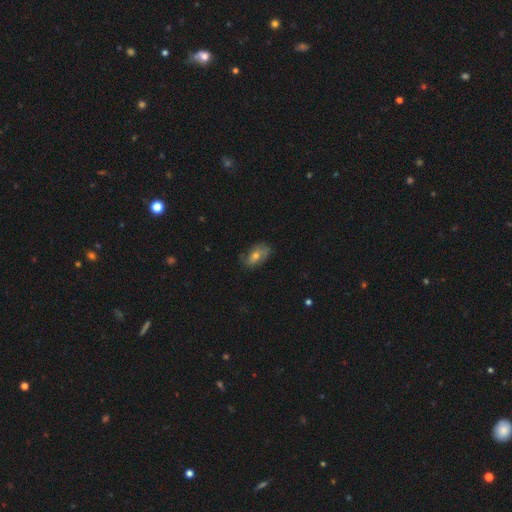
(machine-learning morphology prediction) smooth-or-featured: featured or disk: 47% | smooth: 42% | star or artifact: 11%
  merging: none: 67% | minor disturbance: 24% | major disturbance: 7% | merger: 1%